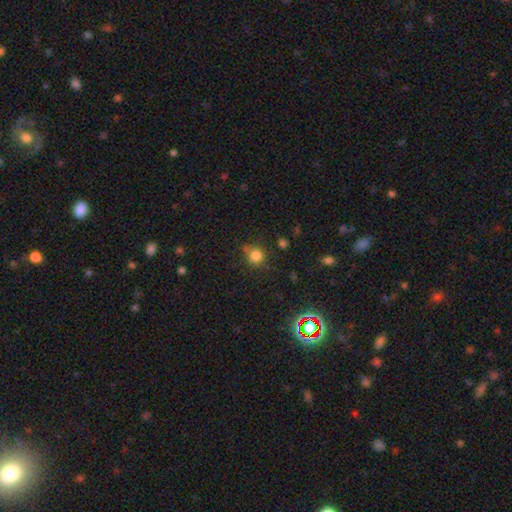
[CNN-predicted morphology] Smooth or featured? smooth (80%)
How rounded? round (89%)
Merging? none (73%)